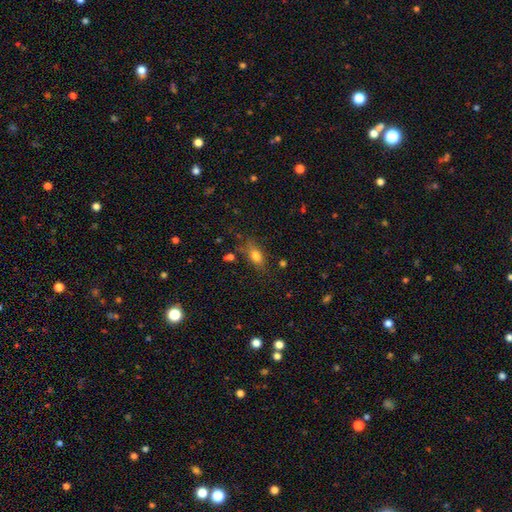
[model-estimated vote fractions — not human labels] This is likely a smooth galaxy (76%). How rounded: likely in between (77%). Merging: likely none (66%).